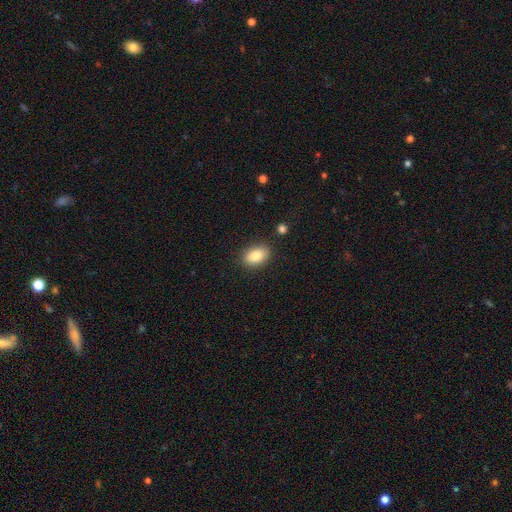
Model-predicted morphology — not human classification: This is clearly a smooth galaxy (85%). How rounded: clearly in between (86%). Merging: clearly none (86%).